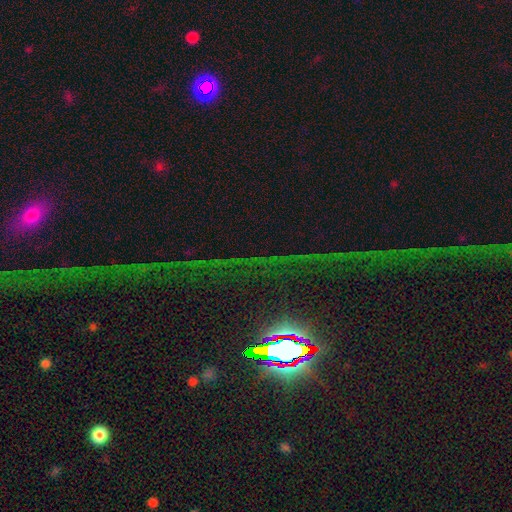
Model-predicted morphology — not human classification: Smooth or featured?
  - star or artifact: 79% *
  - smooth: 10%
  - featured or disk: 10%